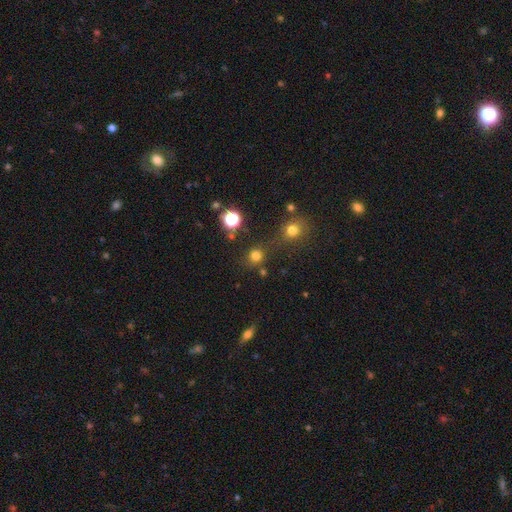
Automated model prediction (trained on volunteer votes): Smooth or featured? Predicted: smooth (p=0.74). How rounded? Predicted: round (p=0.90). Merging? Predicted: none (p=0.75).